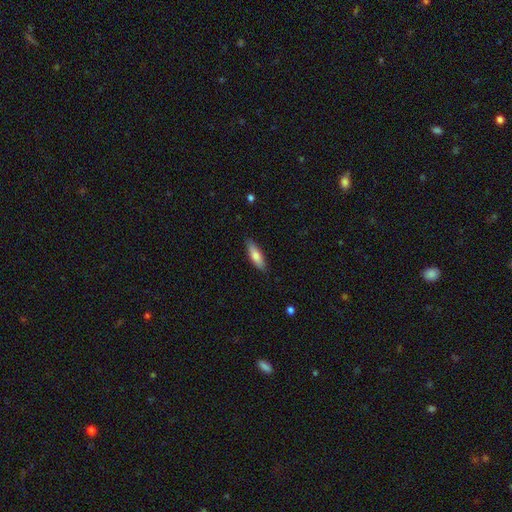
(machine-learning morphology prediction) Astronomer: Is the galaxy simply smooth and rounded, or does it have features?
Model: smooth — 73%.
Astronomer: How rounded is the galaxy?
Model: cigar-shaped — 53% (runner-up: in between, 45%).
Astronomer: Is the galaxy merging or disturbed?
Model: none — 86%.